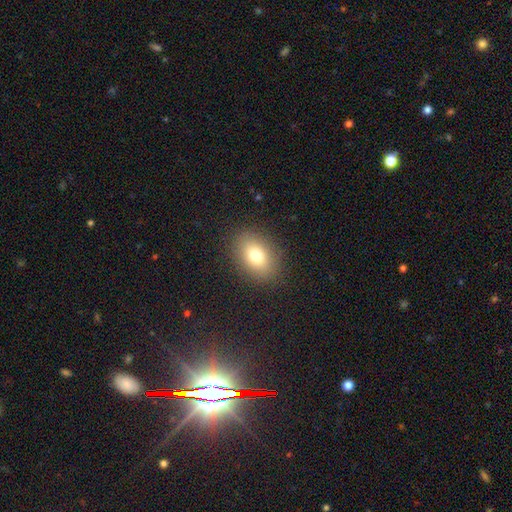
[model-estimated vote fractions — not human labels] This is likely a smooth galaxy (77%). How rounded: likely in between (75%). Merging: clearly none (88%).